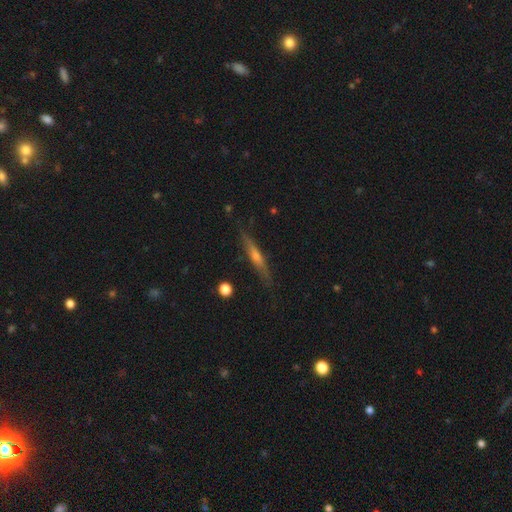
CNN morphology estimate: smooth_or_featured: featured or disk (p=0.60) [alt: smooth p=0.33]
disk_edge_on: yes (p=0.95) [alt: no p=0.05]
edge_on_bulge: rounded (p=0.65) [alt: none p=0.26]
merging: none (p=0.85) [alt: minor disturbance p=0.11]